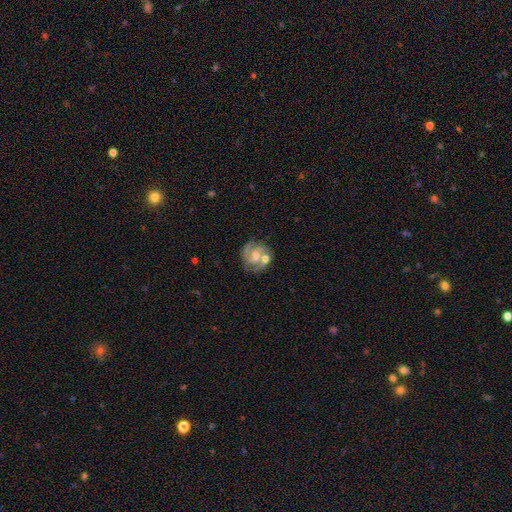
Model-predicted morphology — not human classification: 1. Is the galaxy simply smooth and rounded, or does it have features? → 78% featured or disk, 14% smooth, 8% star or artifact.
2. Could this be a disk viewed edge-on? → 98% no, 2% yes.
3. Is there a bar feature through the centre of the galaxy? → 44% weak, 43% no, 13% strong.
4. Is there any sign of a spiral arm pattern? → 93% yes, 7% no.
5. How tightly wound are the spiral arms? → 48% medium, 37% tight, 15% loose.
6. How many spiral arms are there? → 65% 2, 15% 3, 11% can't tell, 4% 1, 3% 4, 2% more than 4.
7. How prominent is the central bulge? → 45% moderate, 40% small, 10% none, 5% large, 1% dominant.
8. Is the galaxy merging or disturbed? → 58% none, 18% merger, 16% minor disturbance, 8% major disturbance.